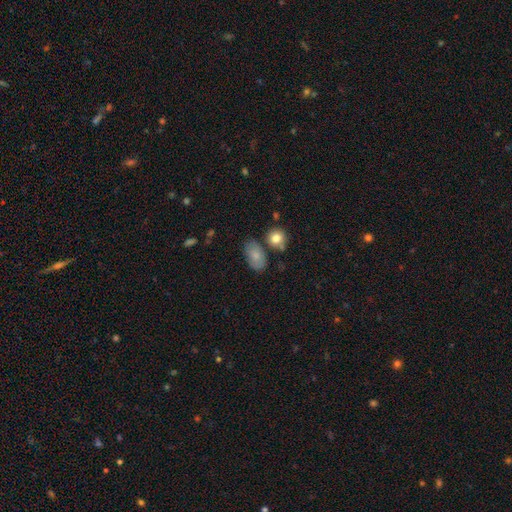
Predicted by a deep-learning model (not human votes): The model was most divided on "merging": none: 66%, minor disturbance: 19%, merger: 10%, major disturbance: 5%. More confident: how rounded — in between (90%); smooth or featured — smooth (80%).